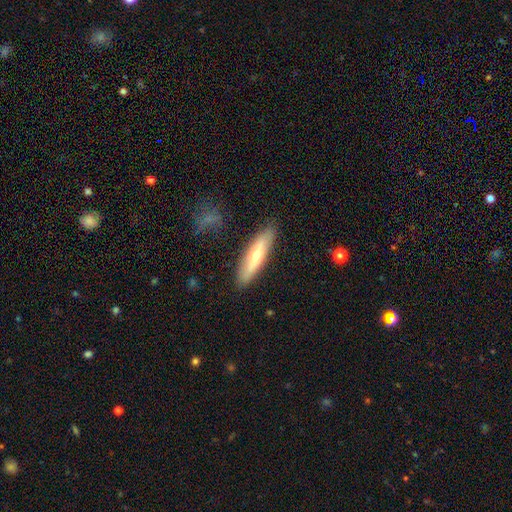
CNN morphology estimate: Smooth or featured? smooth (52%)
How rounded? cigar-shaped (74%)
Merging? none (87%)